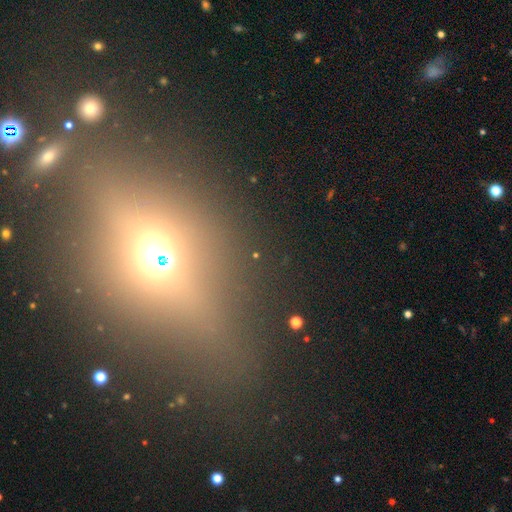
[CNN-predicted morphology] This appears to be a star or artifact, not a galaxy (65%).